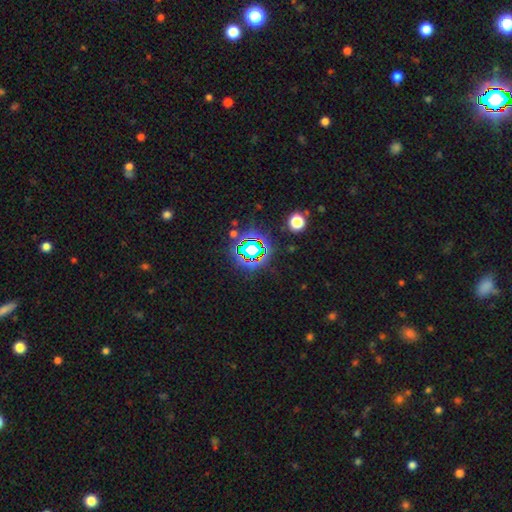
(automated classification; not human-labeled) This appears to be a star or artifact, not a galaxy (74%).